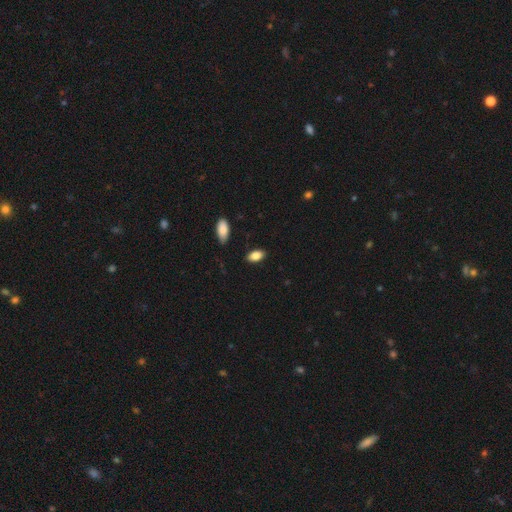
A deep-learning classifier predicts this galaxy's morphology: smooth 86%, star or artifact 7%, featured or disk 7%. Down the decision tree: how rounded — in between (92%); merging — none (86%).